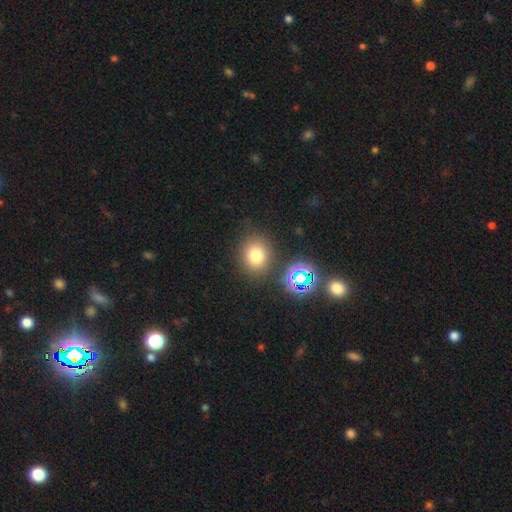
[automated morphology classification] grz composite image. It shows a smooth galaxy with no disk features (73%) that is round (80%). Merging: none (82%).